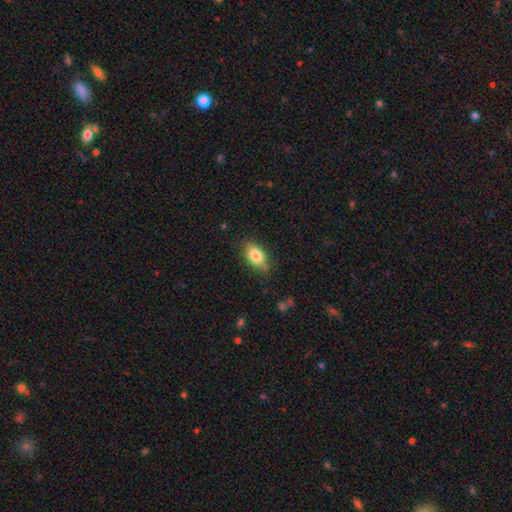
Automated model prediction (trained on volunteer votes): Morphology: type=smooth (82%); roundness=in between (89%); merging=none (77%).